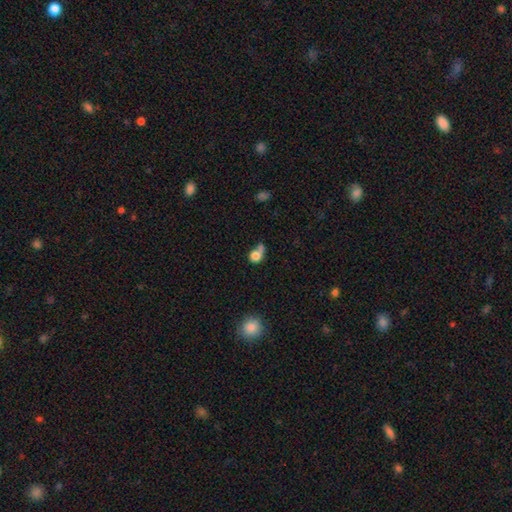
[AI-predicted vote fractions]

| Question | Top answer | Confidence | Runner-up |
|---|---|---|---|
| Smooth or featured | smooth | 78% | featured or disk (12%) |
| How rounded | round | 66% | in between (33%) |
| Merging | merger | 41% | none (29%) |